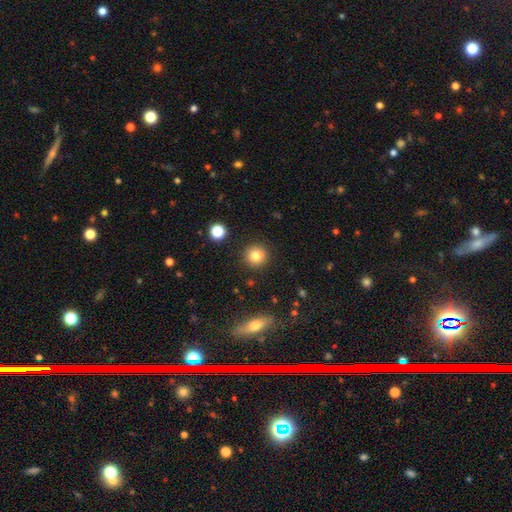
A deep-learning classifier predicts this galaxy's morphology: This is clearly a smooth galaxy (81%). How rounded: clearly round (93%). Merging: clearly none (90%).